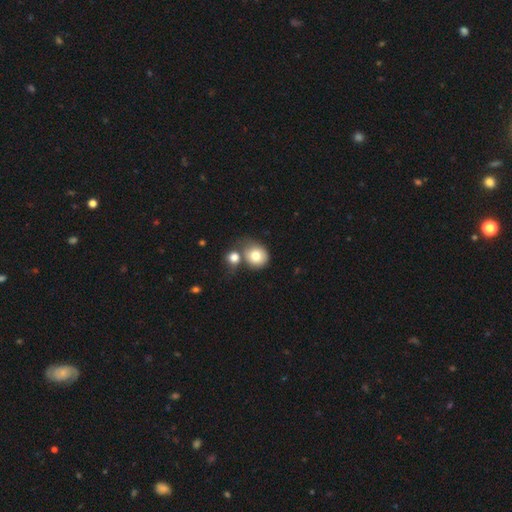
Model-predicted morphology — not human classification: This appears to be a smooth galaxy with no disk features (77%) that is round (77%). Merging: none (44%).